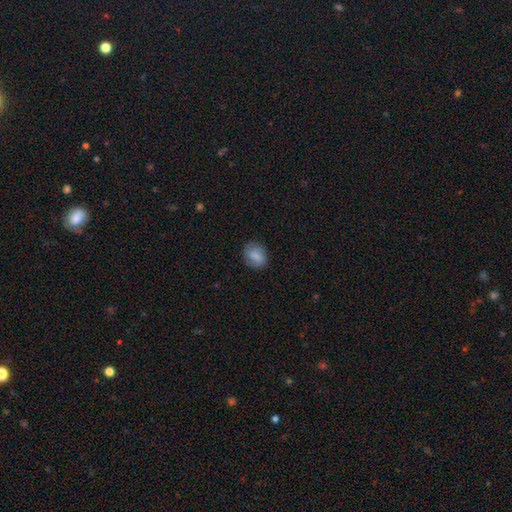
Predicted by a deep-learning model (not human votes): This is likely a smooth galaxy (73%). How rounded: possibly in between (55%). Merging: likely none (76%).